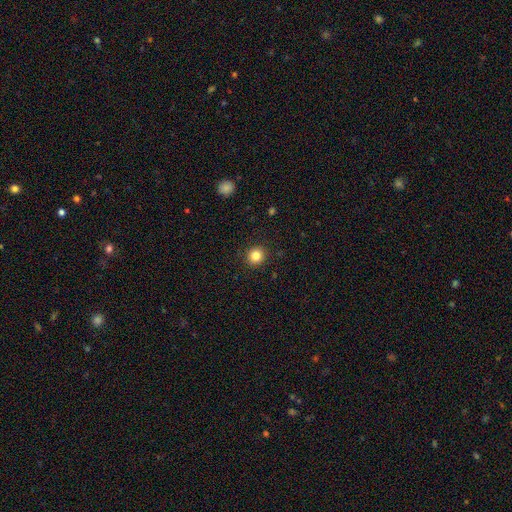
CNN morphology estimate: A smooth galaxy with no disk features (83%) that is round (90%).

Vote fractions:
- Smooth or featured? smooth: 83% / star or artifact: 11% / featured or disk: 6%
- How rounded? round: 90% / in between: 9% / cigar-shaped: 1%
- Merging? none: 92% / minor disturbance: 6% / major disturbance: 2% / merger: 1%